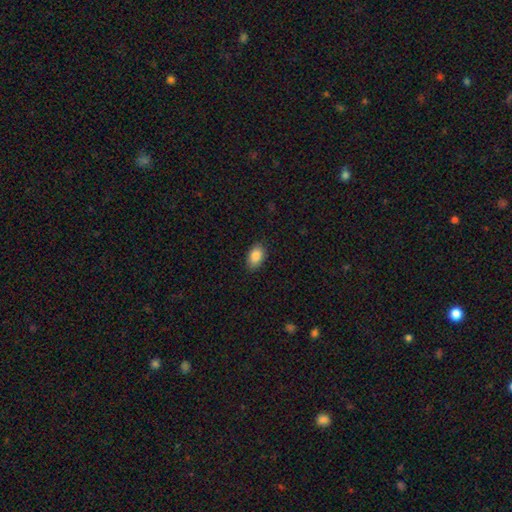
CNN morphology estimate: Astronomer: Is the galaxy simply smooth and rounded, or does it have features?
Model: smooth — 87%.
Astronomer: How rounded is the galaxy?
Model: in between — 90%.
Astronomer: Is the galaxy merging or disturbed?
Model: none — 87%.